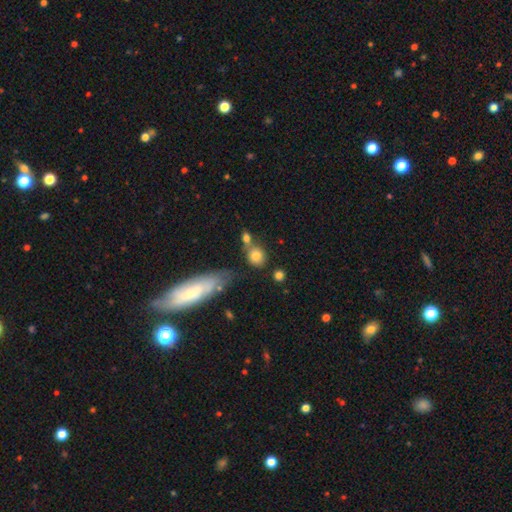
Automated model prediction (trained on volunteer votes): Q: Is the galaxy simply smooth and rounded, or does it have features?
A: smooth — 80%.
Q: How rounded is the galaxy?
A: round — 62%.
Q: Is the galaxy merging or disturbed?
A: none — 53%.